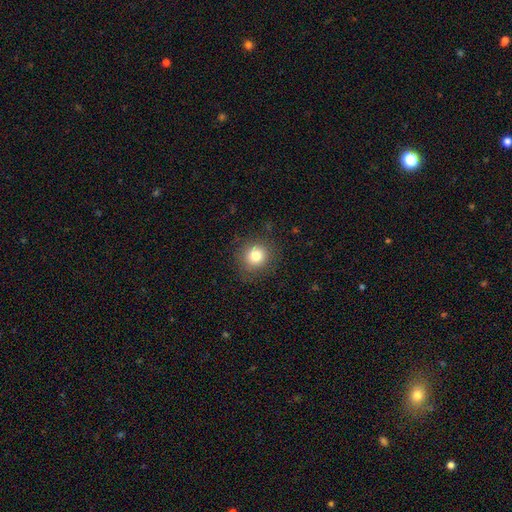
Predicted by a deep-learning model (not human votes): Morphology: type=smooth (81%); roundness=round (90%); merging=none (87%).